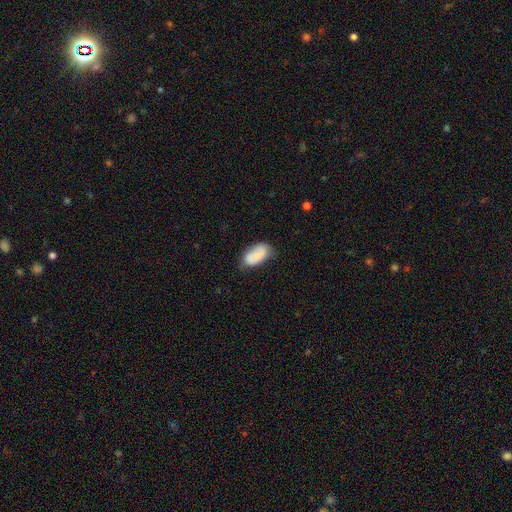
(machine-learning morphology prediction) This is likely a smooth galaxy (74%). How rounded: clearly in between (94%). Merging: likely none (66%).